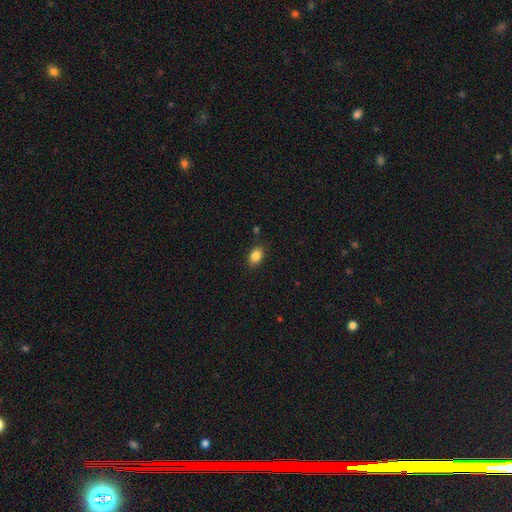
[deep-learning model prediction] Smooth or featured? smooth (86%)
How rounded? in between (78%)
Merging? none (85%)